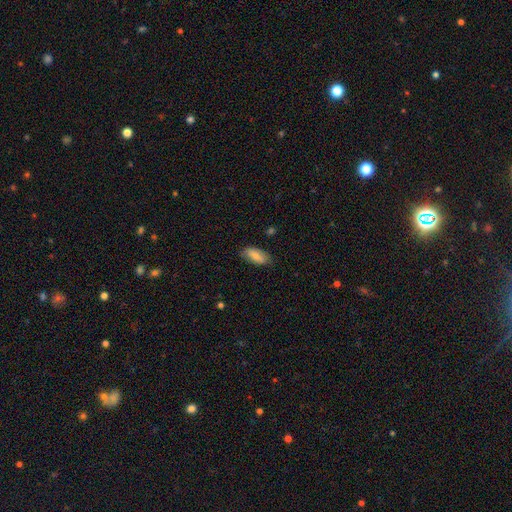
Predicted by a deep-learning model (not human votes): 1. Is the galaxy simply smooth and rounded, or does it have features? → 77% smooth, 17% featured or disk, 6% star or artifact.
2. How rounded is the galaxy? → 86% in between, 11% cigar-shaped, 2% round.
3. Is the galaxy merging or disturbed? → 80% none, 16% minor disturbance, 3% major disturbance, 1% merger.